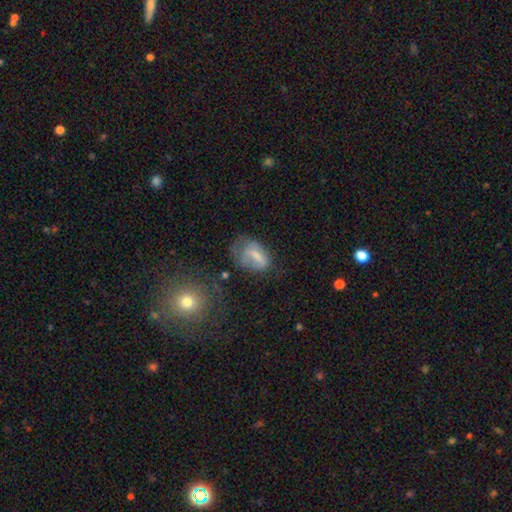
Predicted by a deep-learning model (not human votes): smooth-or-featured: smooth: 57% | featured or disk: 32% | star or artifact: 11%
  how-rounded: in between: 82% | round: 14% | cigar-shaped: 4%
  merging: none: 34% | major disturbance: 33% | minor disturbance: 29% | merger: 5%